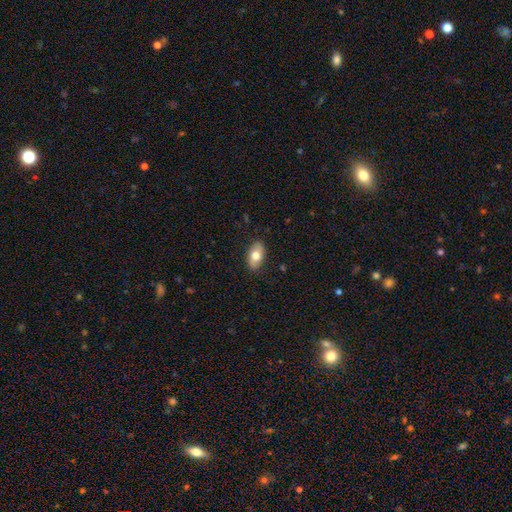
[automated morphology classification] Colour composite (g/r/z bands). It shows a smooth galaxy with no disk features (74%) that is in between round and cigar-shaped (92%). Merging: none (86%).